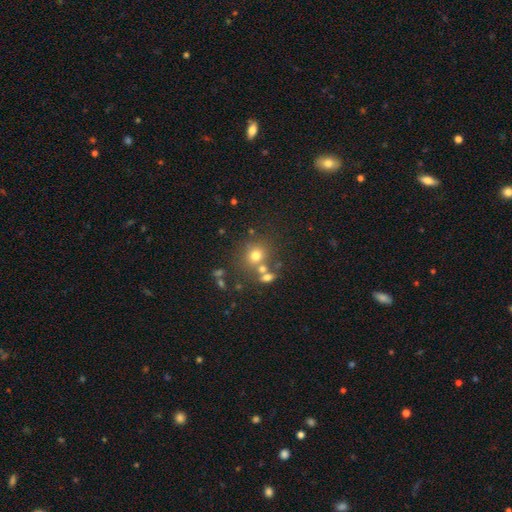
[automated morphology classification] Smooth or featured: smooth — 70% (star or artifact — 17%)
How rounded: round — 81% (in between — 18%)
Merging: none — 62% (merger — 22%)